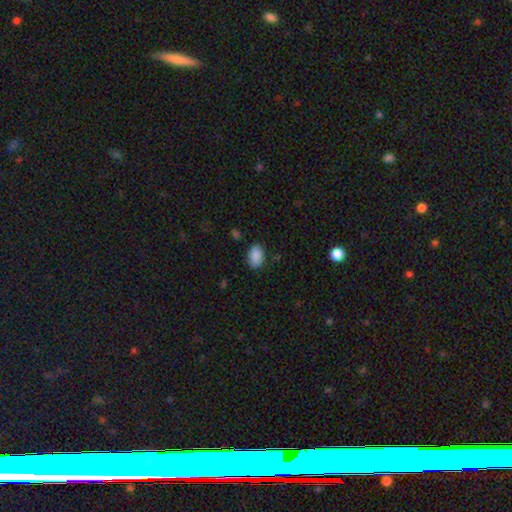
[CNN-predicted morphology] smooth 89%, star or artifact 8%, featured or disk 4%. Down the decision tree: how rounded — in between (89%); merging — none (84%).